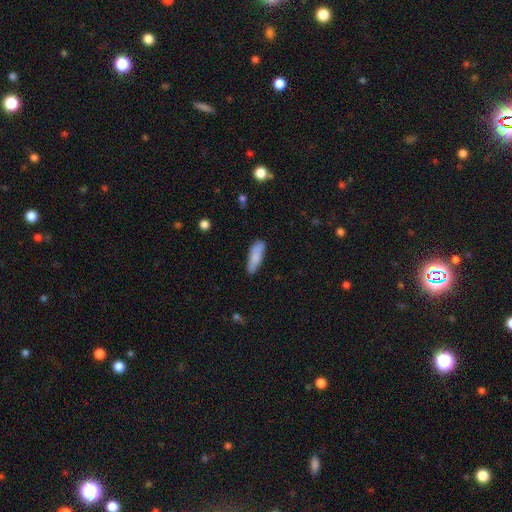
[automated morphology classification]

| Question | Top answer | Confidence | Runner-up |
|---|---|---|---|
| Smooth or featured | smooth | 82% | featured or disk (12%) |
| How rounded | cigar-shaped | 49% | tied: in between (49%) |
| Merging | none | 77% | minor disturbance (17%) |